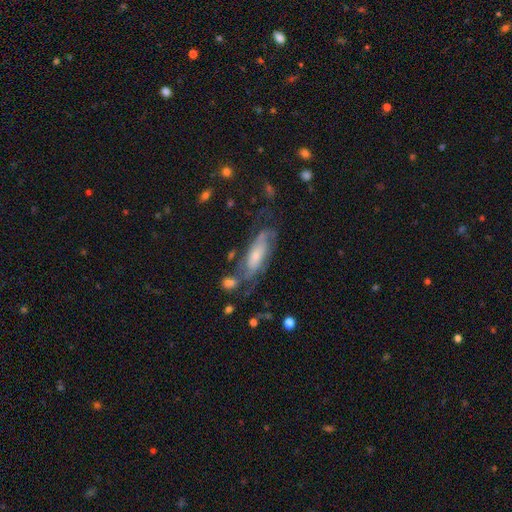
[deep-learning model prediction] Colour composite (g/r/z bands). It shows a featured or disk galaxy (69%) with no bar (63%), spiral arms (87%) and a small central bulge (50%). Merging: none (53%).